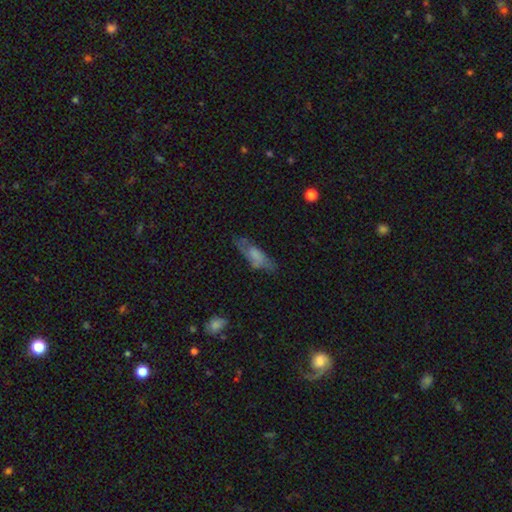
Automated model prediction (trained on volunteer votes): A smooth galaxy with no disk features (59%) that is in between round and cigar-shaped (57%).

Vote fractions:
- Smooth or featured? smooth: 59% / featured or disk: 33% / star or artifact: 8%
- How rounded? in between: 57% / cigar-shaped: 41% / round: 2%
- Merging? none: 56% / minor disturbance: 27% / major disturbance: 14% / merger: 3%